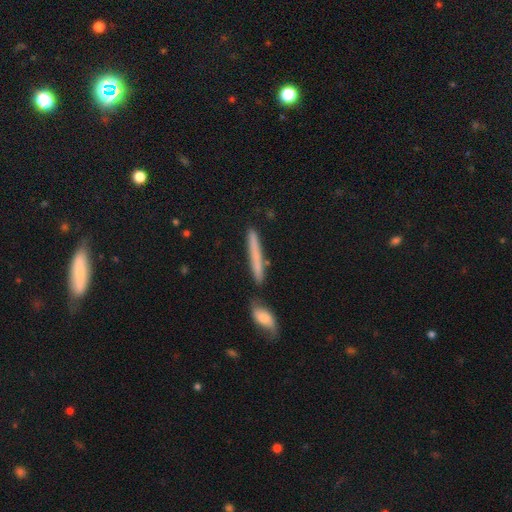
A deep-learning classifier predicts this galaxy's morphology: A smooth galaxy with no disk features (62%) that is cigar-shaped (95%).

Vote fractions:
- Smooth or featured? smooth: 62% / featured or disk: 31% / star or artifact: 7%
- How rounded? cigar-shaped: 95% / in between: 4% / round: 2%
- Merging? none: 77% / minor disturbance: 11% / merger: 10% / major disturbance: 3%